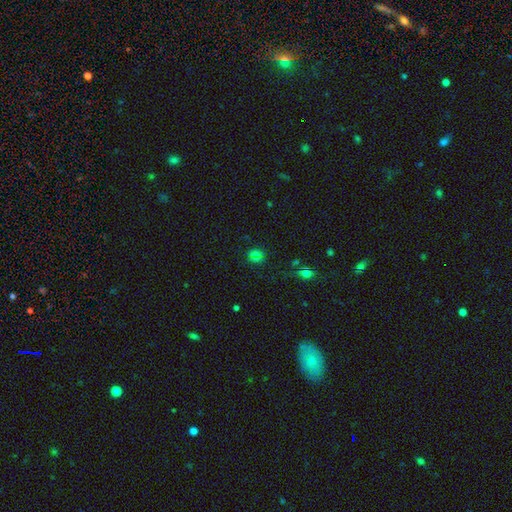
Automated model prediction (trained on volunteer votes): smooth 73%, star or artifact 21%, featured or disk 6%. Down the decision tree: how rounded — round (77%); merging — none (77%).